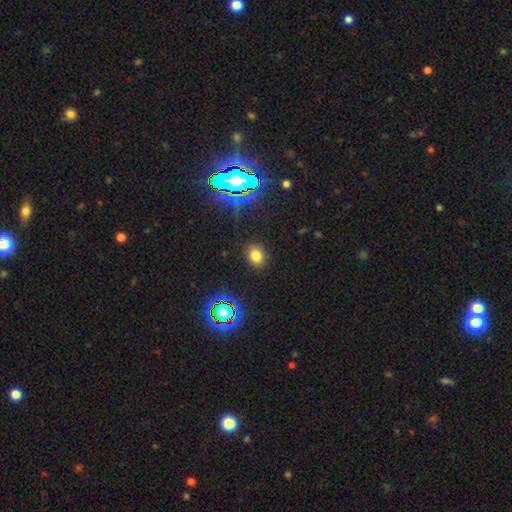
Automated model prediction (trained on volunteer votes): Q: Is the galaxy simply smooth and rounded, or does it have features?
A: smooth — 75%.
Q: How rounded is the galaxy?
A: in between — 51%.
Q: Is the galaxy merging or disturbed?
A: none — 88%.